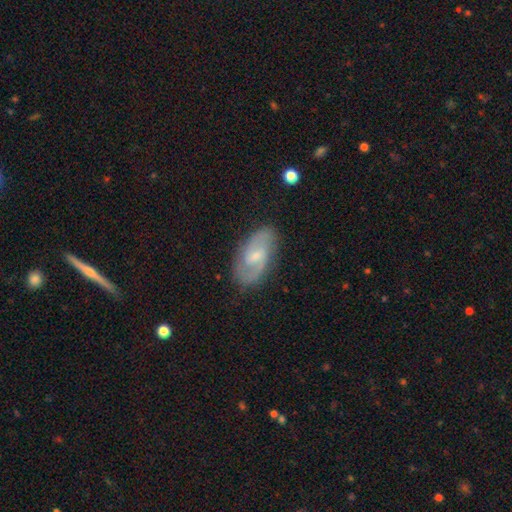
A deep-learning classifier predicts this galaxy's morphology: Q: Smooth or featured?
A: featured or disk (75%); runner-up: smooth (19%)
Q: Edge-on disk?
A: no (96%); runner-up: yes (4%)
Q: Bar?
A: weak (60%); runner-up: no (26%)
Q: Spiral arms?
A: yes (92%); runner-up: no (8%)
Q: Spiral winding?
A: medium (51%); runner-up: tight (26%)
Q: Spiral arm count?
A: 2 (83%); runner-up: can't tell (9%)
Q: Bulge size?
A: small (54%); runner-up: moderate (35%)
Q: Merging?
A: none (80%); runner-up: minor disturbance (15%)